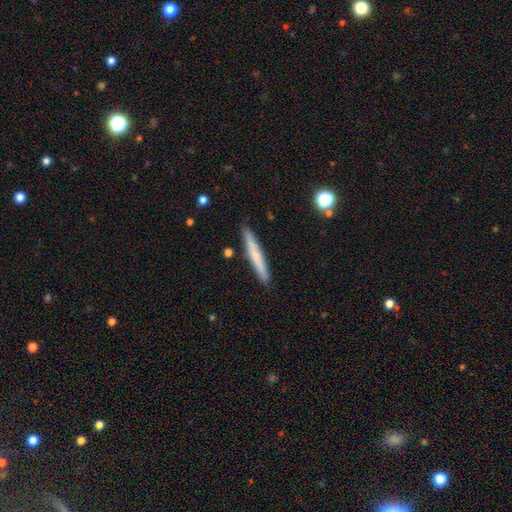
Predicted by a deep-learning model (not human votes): This is likely a smooth galaxy (64%). How rounded: clearly cigar-shaped (96%). Merging: clearly none (91%).